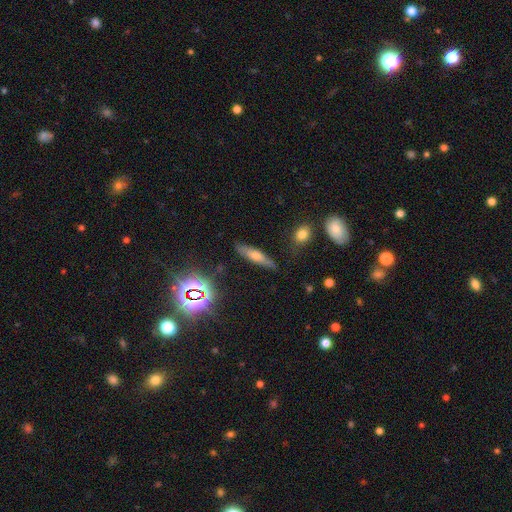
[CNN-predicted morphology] smooth-or-featured: smooth: 43% | featured or disk: 41% | star or artifact: 17%
  merging: none: 82% | minor disturbance: 13% | major disturbance: 3% | merger: 2%